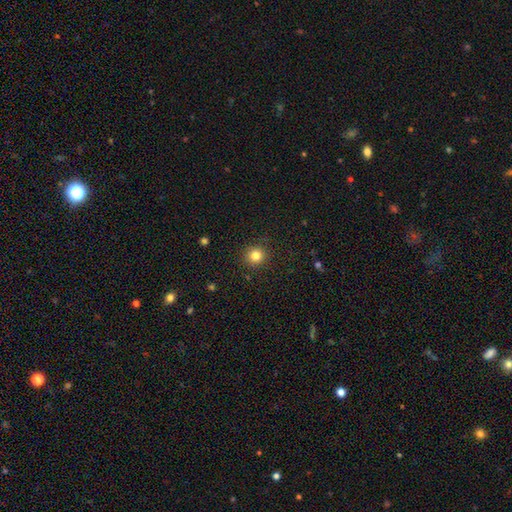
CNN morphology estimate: The model was most divided on "smooth or featured": smooth: 82%, star or artifact: 12%, featured or disk: 5%. More confident: how rounded — round (92%); merging — none (91%).